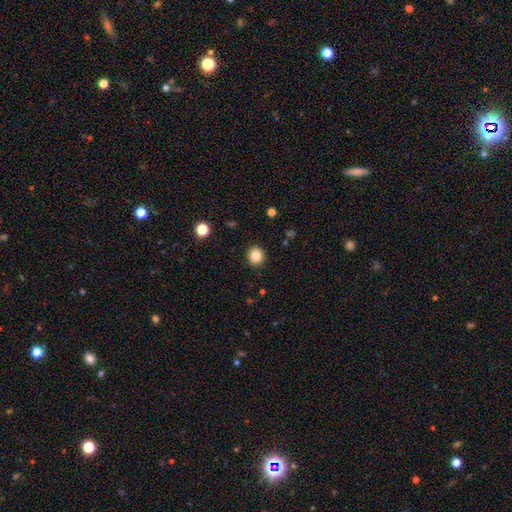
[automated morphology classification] This is clearly a smooth galaxy (83%). How rounded: clearly round (84%). Merging: clearly none (91%).